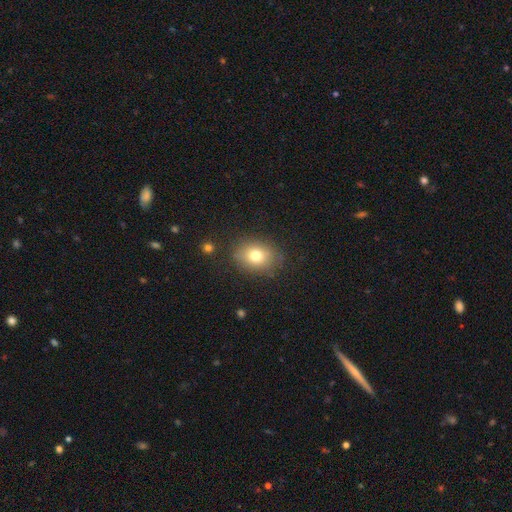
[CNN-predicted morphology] type=smooth (75%); roundness=in between (51%); merging=none (82%).